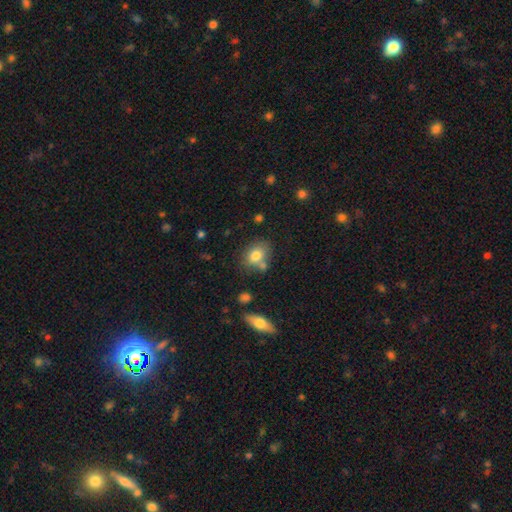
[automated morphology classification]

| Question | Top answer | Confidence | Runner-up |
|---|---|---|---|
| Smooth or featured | smooth | 78% | featured or disk (12%) |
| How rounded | in between | 65% | round (33%) |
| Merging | none | 62% | minor disturbance (17%) |